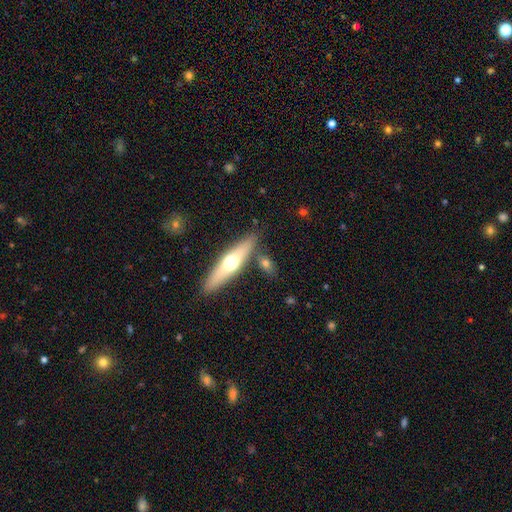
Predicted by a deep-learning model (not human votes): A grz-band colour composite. It shows a featured or disk galaxy (59%) viewed edge-on (90%) with a rounded central bulge (93%). Merging: none (84%).